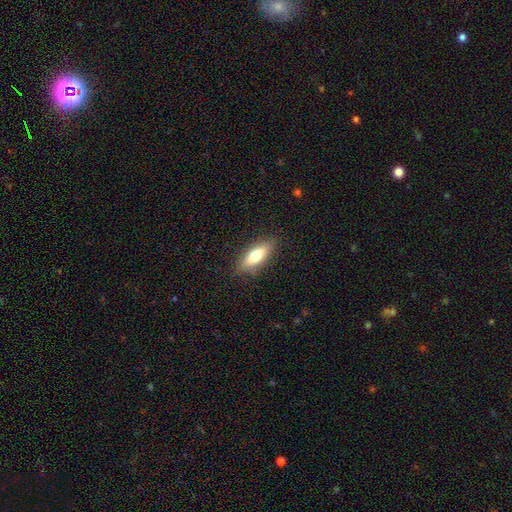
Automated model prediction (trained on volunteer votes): This is likely a smooth galaxy (66%). How rounded: likely in between (61%). Merging: clearly none (85%).